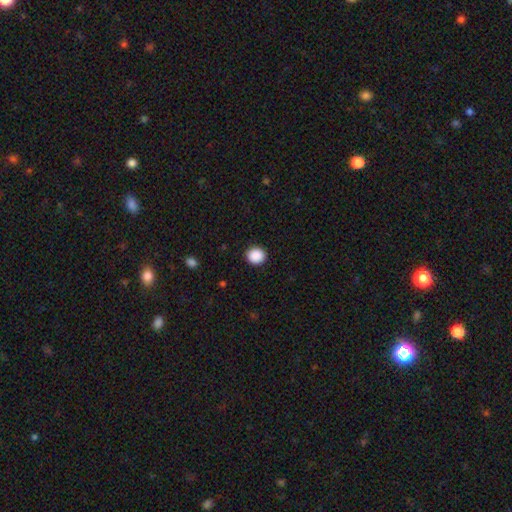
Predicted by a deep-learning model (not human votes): A smooth galaxy with no disk features (89%) that is round (90%).

Vote fractions:
- Smooth or featured? smooth: 89% / star or artifact: 9% / featured or disk: 2%
- How rounded? round: 90% / in between: 9% / cigar-shaped: 1%
- Merging? none: 92% / minor disturbance: 5% / major disturbance: 2% / merger: 1%